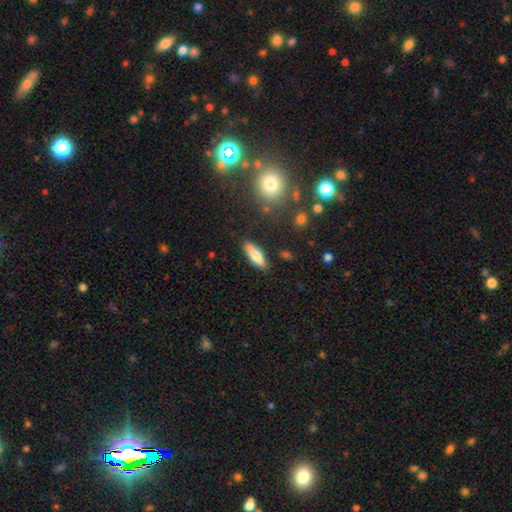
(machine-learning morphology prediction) Q: Smooth or featured?
A: smooth (74%); runner-up: featured or disk (19%)
Q: How rounded?
A: cigar-shaped (51%); runner-up: in between (47%)
Q: Merging?
A: none (83%); runner-up: minor disturbance (12%)